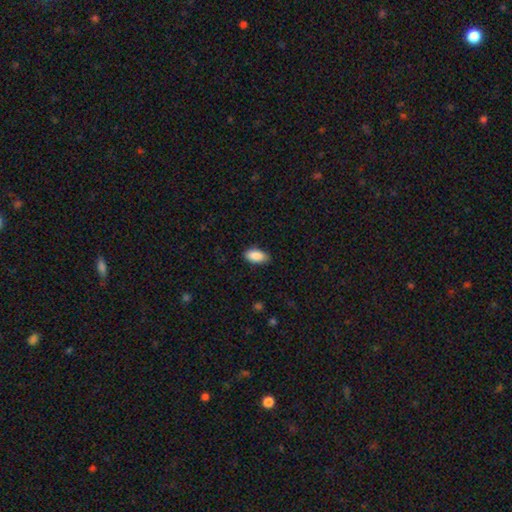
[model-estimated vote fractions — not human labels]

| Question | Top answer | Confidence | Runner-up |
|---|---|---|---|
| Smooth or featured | smooth | 90% | star or artifact (7%) |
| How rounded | in between | 94% | cigar-shaped (3%) |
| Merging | none | 85% | minor disturbance (12%) |